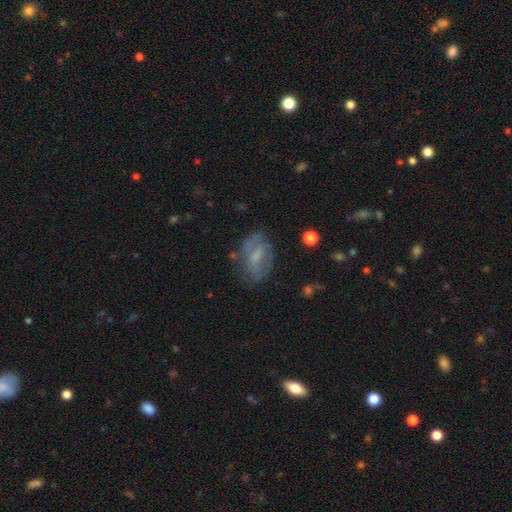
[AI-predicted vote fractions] featured or disk 49%, smooth 41%, star or artifact 10%. Down the decision tree: merging — none (62%).